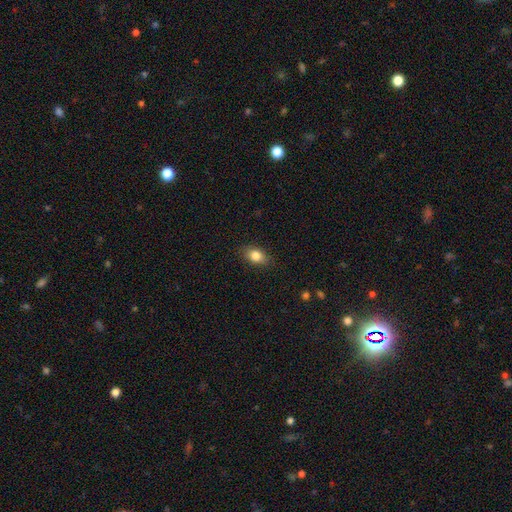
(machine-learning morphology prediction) smooth_or_featured: smooth (p=0.82) [alt: featured or disk p=0.09]
how_rounded: in between (p=0.79) [alt: round p=0.18]
merging: none (p=0.85) [alt: minor disturbance p=0.11]